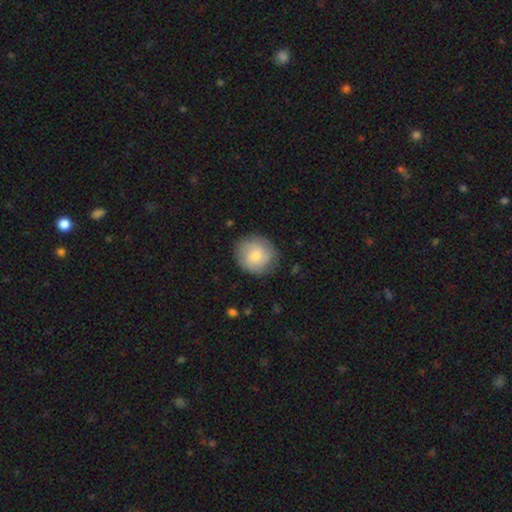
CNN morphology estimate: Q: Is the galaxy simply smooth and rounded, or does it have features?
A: smooth — 73%.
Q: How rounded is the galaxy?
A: round — 86%.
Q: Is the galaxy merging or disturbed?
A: none — 81%.